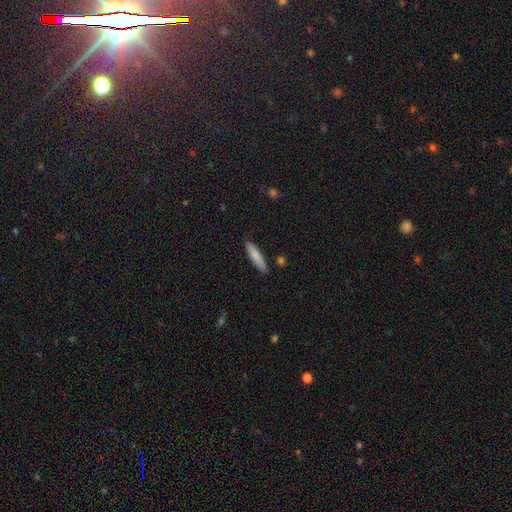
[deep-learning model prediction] Smooth or featured?
  - smooth: 81% *
  - featured or disk: 13%
  - star or artifact: 6%
How rounded?
  - cigar-shaped: 82% *
  - in between: 17%
  - round: 1%
Merging?
  - none: 83% *
  - minor disturbance: 12%
  - merger: 2%
  - major disturbance: 2%